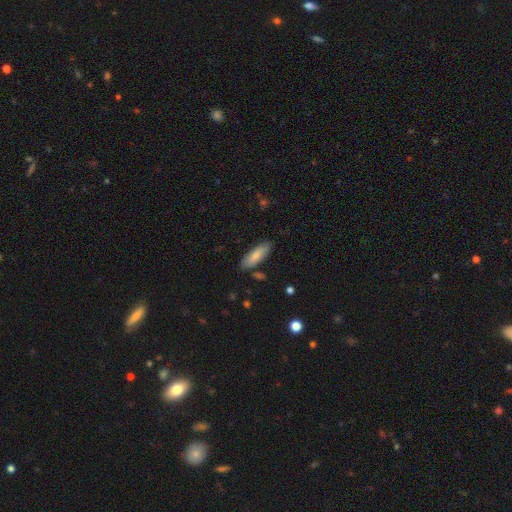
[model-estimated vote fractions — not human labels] smooth_or_featured: smooth (p=0.79) [alt: featured or disk p=0.15]
how_rounded: in between (p=0.54) [alt: cigar-shaped p=0.45]
merging: none (p=0.83) [alt: minor disturbance p=0.12]